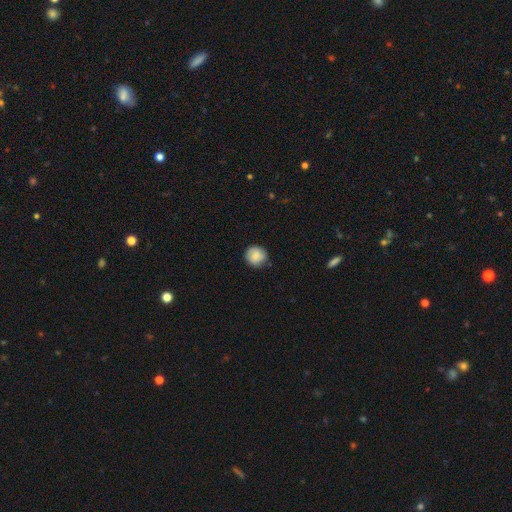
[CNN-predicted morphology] A smooth galaxy with no disk features (81%) that is round (91%).

Vote fractions:
- Smooth or featured? smooth: 81% / featured or disk: 12% / star or artifact: 8%
- How rounded? round: 91% / in between: 8% / cigar-shaped: 1%
- Merging? none: 82% / minor disturbance: 14% / major disturbance: 3% / merger: 1%